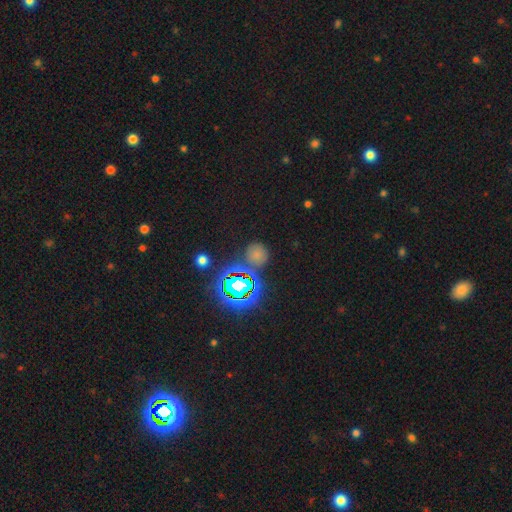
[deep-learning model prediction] Smooth or featured? smooth (51%)
How rounded? round (87%)
Merging? none (74%)